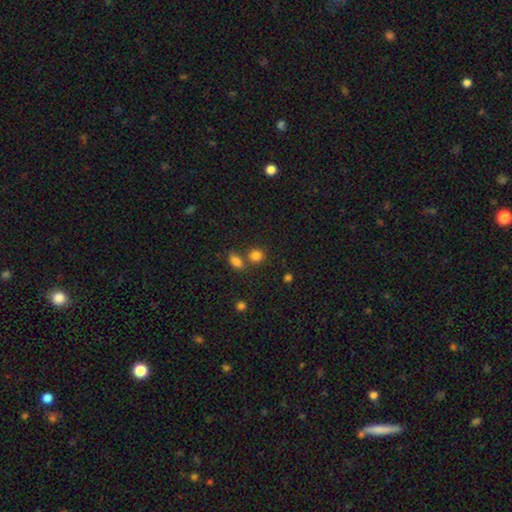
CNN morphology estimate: A smooth galaxy with no disk features (83%) that is round (75%). Merging: none (62%).